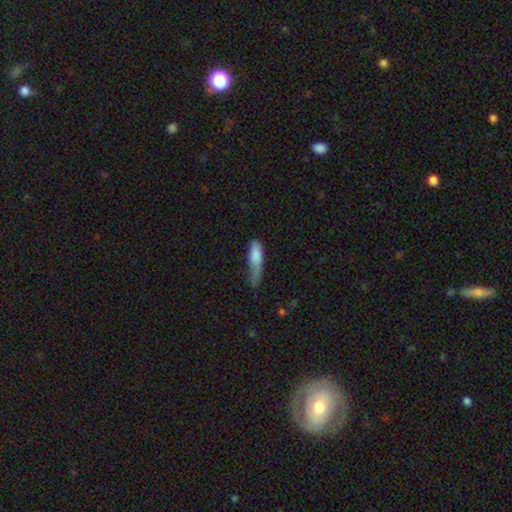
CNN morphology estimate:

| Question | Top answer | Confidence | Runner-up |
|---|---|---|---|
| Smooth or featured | smooth | 75% | featured or disk (18%) |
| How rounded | cigar-shaped | 49% | in between (48%) |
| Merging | minor disturbance | 35% | tied: major disturbance (35%) |